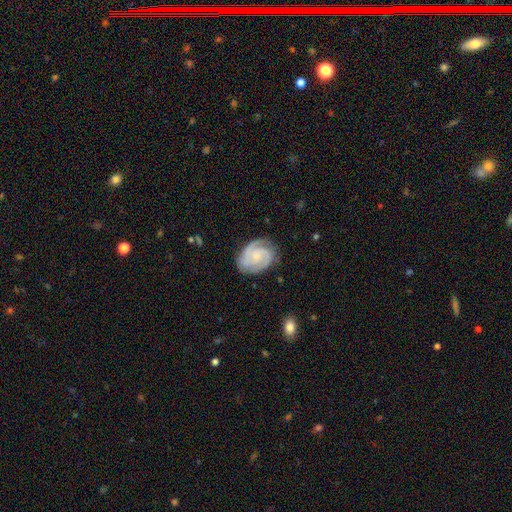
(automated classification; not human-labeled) This is clearly a featured or disk galaxy (87%). It is clearly not viewed edge-on (98%). Bar: likely no (63%). Spiral arm pattern: clearly yes (98%). Spiral arm count: likely 2 (61%). Spiral winding: possibly tight (59%). Central bulge: possibly small (57%). Merging: likely none (80%).